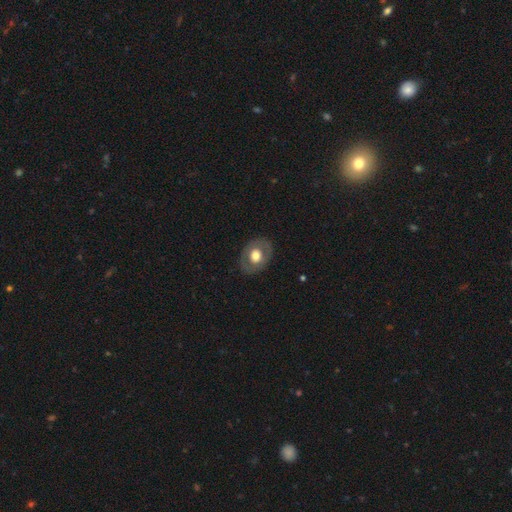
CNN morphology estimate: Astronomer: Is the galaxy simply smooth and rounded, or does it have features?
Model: smooth — 53% (runner-up: featured or disk, 41%).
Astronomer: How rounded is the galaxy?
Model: in between — 59% (runner-up: round, 41%).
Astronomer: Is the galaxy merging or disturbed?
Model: none — 82%.